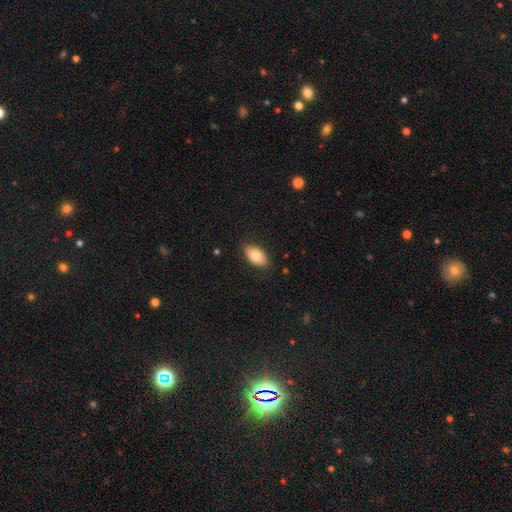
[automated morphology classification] smooth 77%, featured or disk 16%, star or artifact 7%. Down the decision tree: how rounded — in between (92%); merging — none (85%).